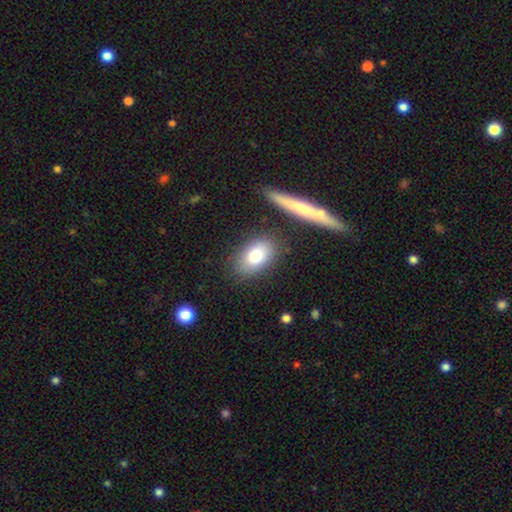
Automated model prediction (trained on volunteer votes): This is likely a smooth galaxy (80%). How rounded: clearly in between (86%). Merging: likely none (77%).